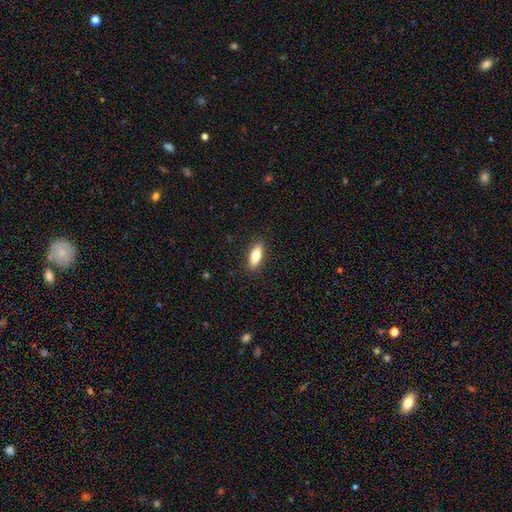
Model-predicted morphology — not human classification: Smooth or featured: smooth — 73% (featured or disk — 20%)
How rounded: in between — 64% (cigar-shaped — 33%)
Merging: none — 89% (minor disturbance — 8%)